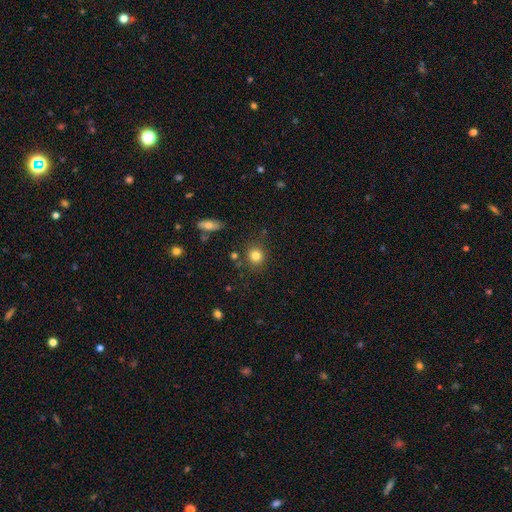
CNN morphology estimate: Q: Smooth or featured?
A: smooth (82%); runner-up: star or artifact (11%)
Q: How rounded?
A: round (88%); runner-up: in between (11%)
Q: Merging?
A: none (85%); runner-up: minor disturbance (9%)